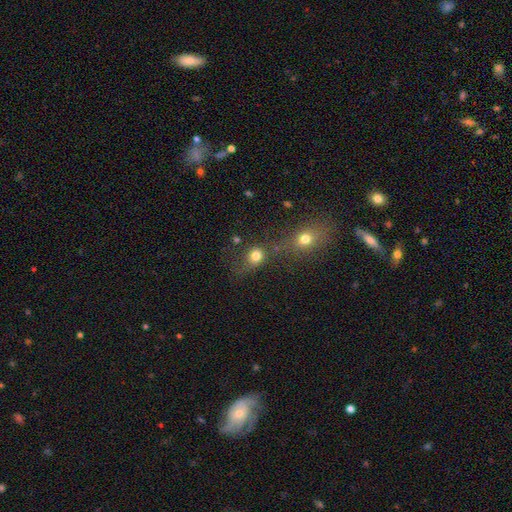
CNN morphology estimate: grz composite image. It shows a smooth galaxy with no disk features (77%) that is round (79%). Merging: none (48%).